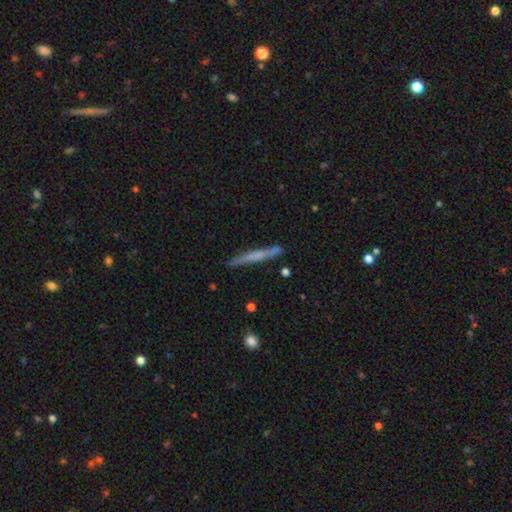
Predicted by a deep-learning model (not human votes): This is possibly a smooth galaxy (55%). How rounded: clearly cigar-shaped (96%). Merging: clearly none (84%).